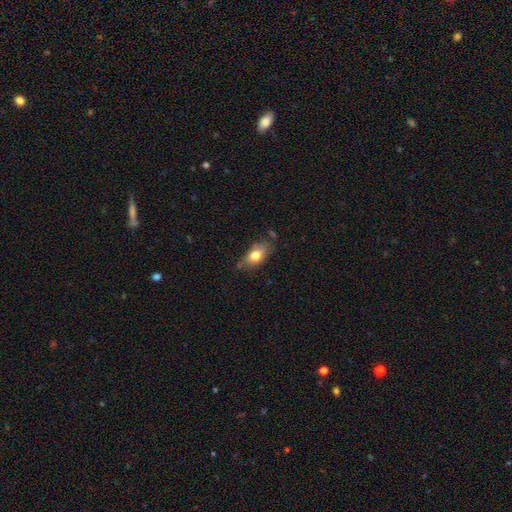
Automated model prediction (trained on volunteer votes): Smooth or featured: smooth — 73% (featured or disk — 19%)
How rounded: in between — 87% (round — 7%)
Merging: none — 62% (minor disturbance — 27%)